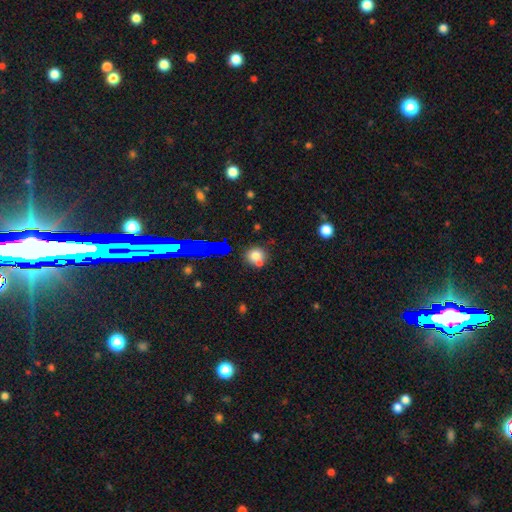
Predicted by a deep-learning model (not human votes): smooth_or_featured: smooth (p=0.73) [alt: star or artifact p=0.17]
how_rounded: round (p=0.81) [alt: in between p=0.17]
merging: none (p=0.58) [alt: merger p=0.24]